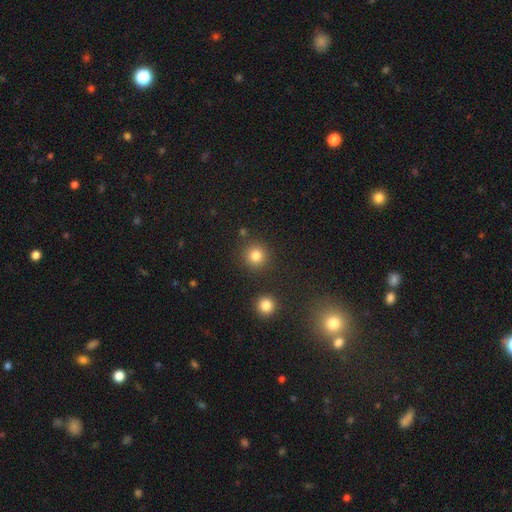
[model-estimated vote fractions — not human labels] smooth_or_featured: smooth (p=0.83) [alt: star or artifact p=0.12]
how_rounded: round (p=0.93) [alt: in between p=0.06]
merging: none (p=0.88) [alt: minor disturbance p=0.06]